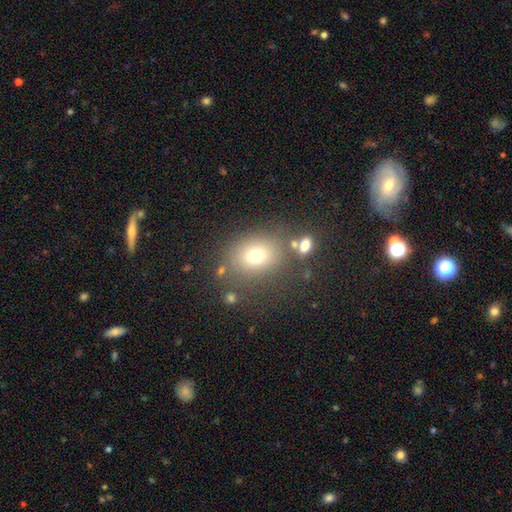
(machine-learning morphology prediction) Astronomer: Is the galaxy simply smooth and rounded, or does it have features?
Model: smooth — 72%.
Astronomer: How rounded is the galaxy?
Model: in between — 50% (runner-up: round, 49%).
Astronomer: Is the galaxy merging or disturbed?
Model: none — 73%.